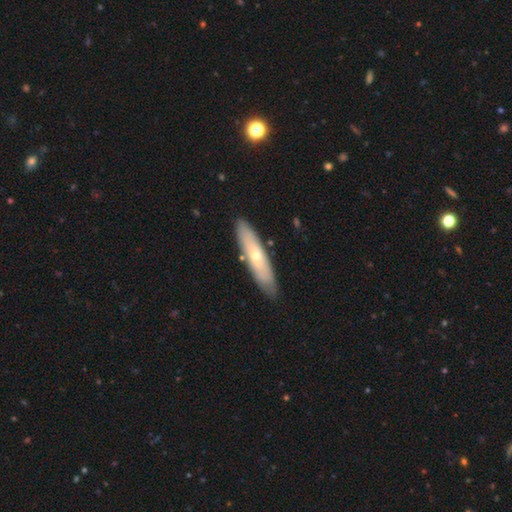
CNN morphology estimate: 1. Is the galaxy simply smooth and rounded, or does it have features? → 49% featured or disk, 45% smooth, 6% star or artifact.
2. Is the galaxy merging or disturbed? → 86% none, 11% minor disturbance, 2% major disturbance, 2% merger.